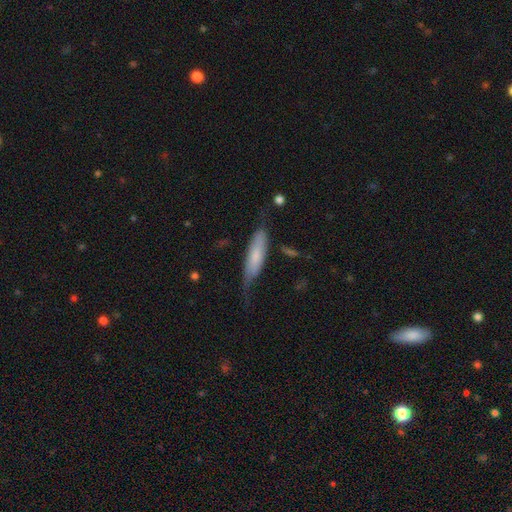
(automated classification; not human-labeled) This is likely a smooth galaxy (61%). How rounded: likely cigar-shaped (65%). Merging: possibly none (48%).